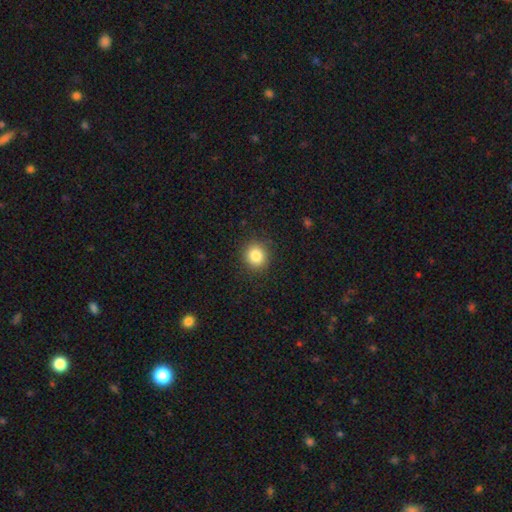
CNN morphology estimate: type=smooth (84%); roundness=round (86%); merging=none (90%).